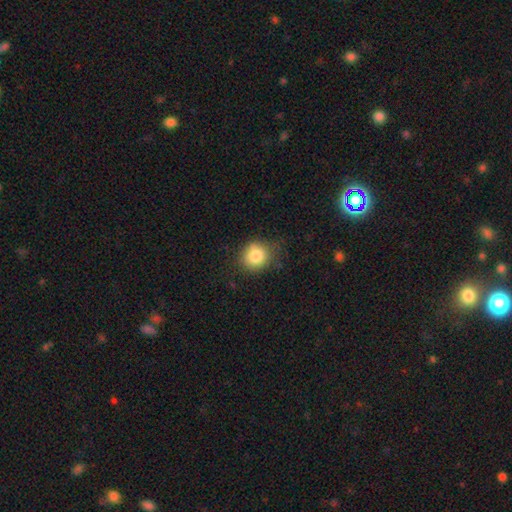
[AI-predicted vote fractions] Smooth or featured: smooth — 84% (star or artifact — 10%)
How rounded: round — 79% (in between — 20%)
Merging: none — 73% (minor disturbance — 20%)